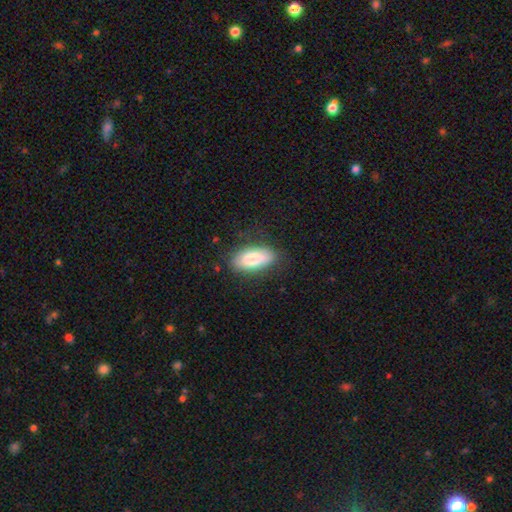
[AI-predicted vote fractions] smooth_or_featured: smooth (p=0.78) [alt: featured or disk p=0.13]
how_rounded: in between (p=0.80) [alt: cigar-shaped p=0.17]
merging: none (p=0.83) [alt: minor disturbance p=0.13]